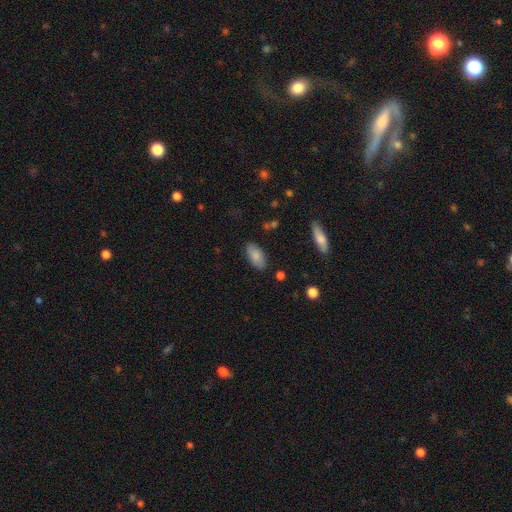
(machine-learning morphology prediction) This appears to be a smooth galaxy with no disk features (84%) that is in between round and cigar-shaped (92%). Merging: none (85%).